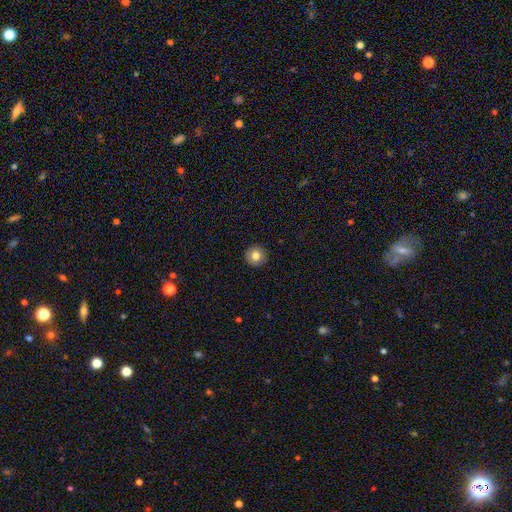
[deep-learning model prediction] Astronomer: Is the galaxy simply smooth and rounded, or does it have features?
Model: smooth — 79%.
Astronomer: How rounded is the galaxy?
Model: round — 95%.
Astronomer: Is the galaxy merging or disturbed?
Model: none — 93%.